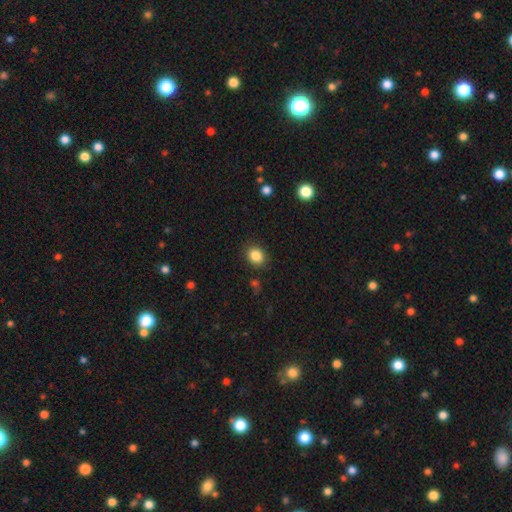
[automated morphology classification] Smooth or featured? smooth (85%)
How rounded? round (58%)
Merging? none (85%)